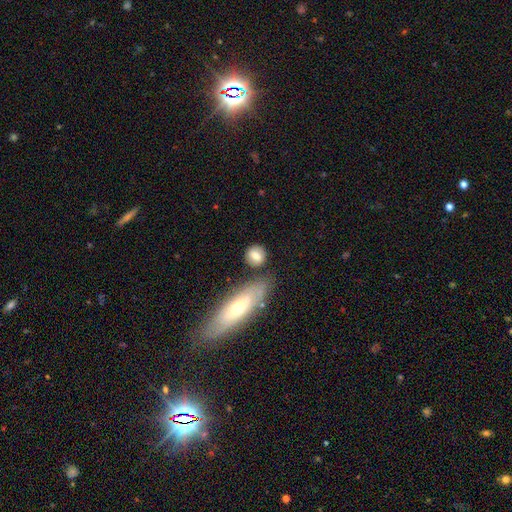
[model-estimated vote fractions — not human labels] This appears to be a smooth galaxy with no disk features (77%) that is round (66%). Merging: none (71%).